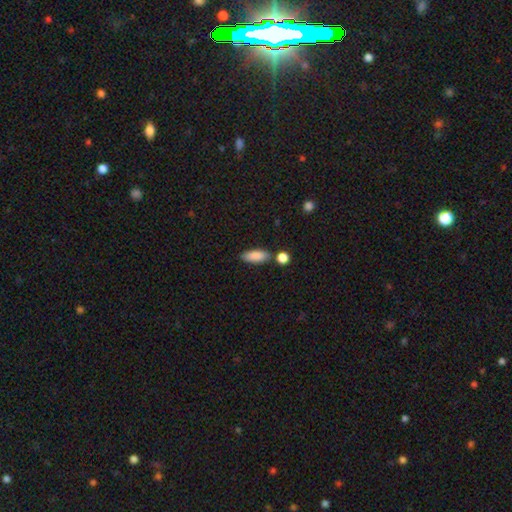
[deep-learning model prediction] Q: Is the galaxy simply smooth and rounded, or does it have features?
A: smooth — 87%.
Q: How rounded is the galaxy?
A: in between — 75%.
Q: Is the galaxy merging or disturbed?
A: none — 75%.